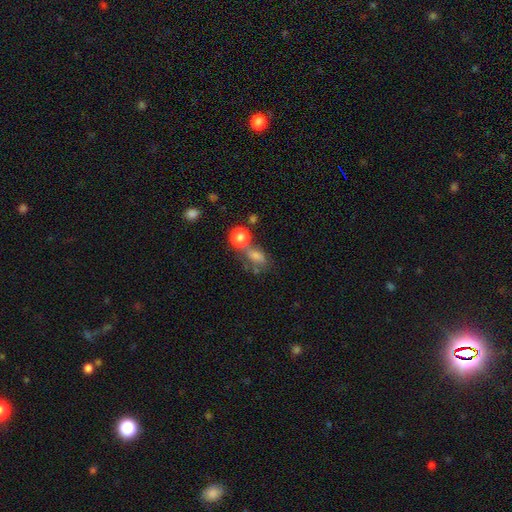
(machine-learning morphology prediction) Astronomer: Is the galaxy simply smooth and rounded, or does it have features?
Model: smooth — 69%.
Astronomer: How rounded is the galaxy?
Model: in between — 67%.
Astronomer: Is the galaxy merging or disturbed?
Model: none — 38% (runner-up: merger, 31%).